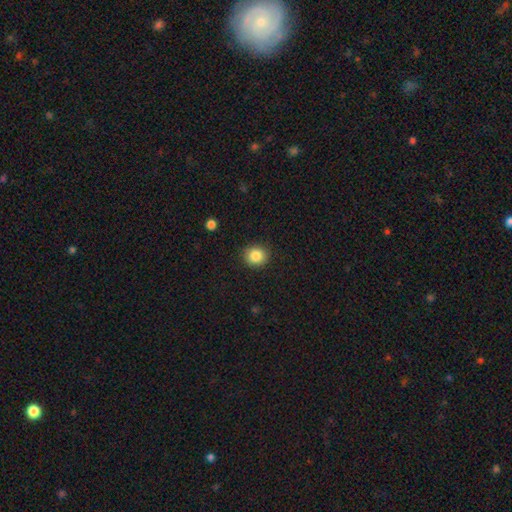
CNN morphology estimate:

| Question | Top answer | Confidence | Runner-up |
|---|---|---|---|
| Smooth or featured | smooth | 86% | star or artifact (9%) |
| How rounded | round | 84% | in between (15%) |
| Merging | none | 90% | minor disturbance (7%) |